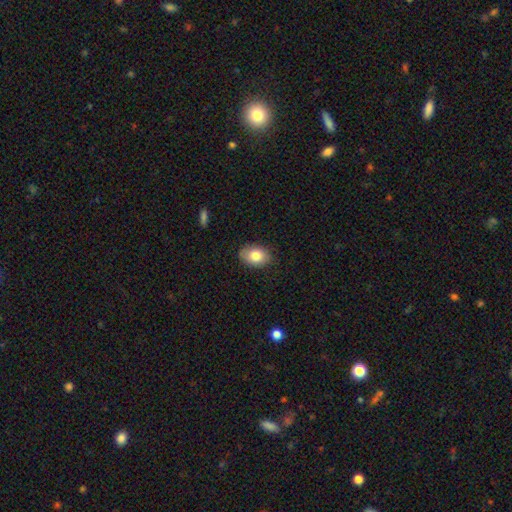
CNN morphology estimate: A smooth galaxy with no disk features (81%) that is in between round and cigar-shaped (81%).

Vote fractions:
- Smooth or featured? smooth: 81% / featured or disk: 11% / star or artifact: 8%
- How rounded? in between: 81% / round: 18% / cigar-shaped: 1%
- Merging? none: 82% / minor disturbance: 14% / major disturbance: 3% / merger: 1%